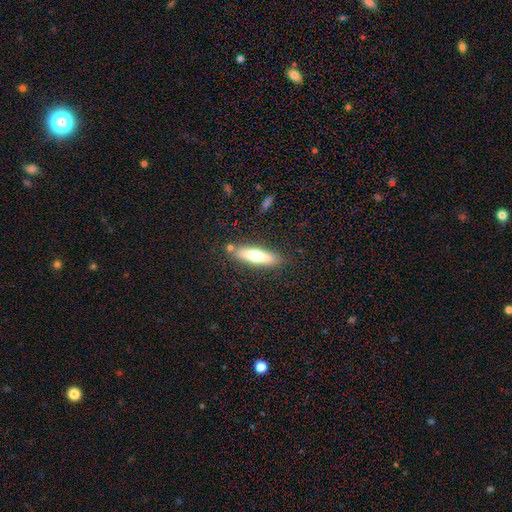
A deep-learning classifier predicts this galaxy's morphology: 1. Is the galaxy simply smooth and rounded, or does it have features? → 54% smooth, 40% featured or disk, 6% star or artifact.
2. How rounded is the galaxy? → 70% cigar-shaped, 28% in between, 2% round.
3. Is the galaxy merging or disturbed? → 83% none, 10% minor disturbance, 4% merger, 3% major disturbance.